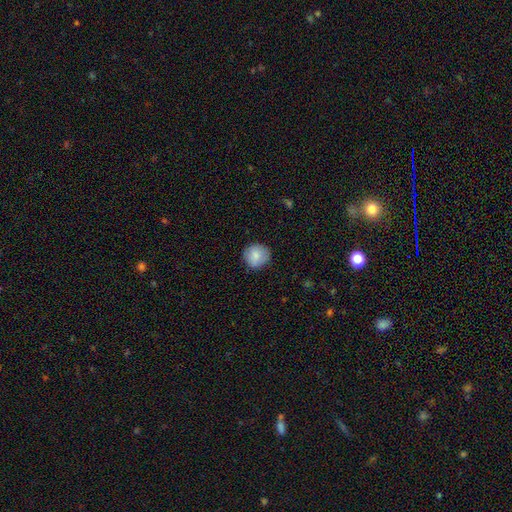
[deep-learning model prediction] smooth 85%, featured or disk 8%, star or artifact 7%. Down the decision tree: how rounded — round (91%); merging — none (85%).